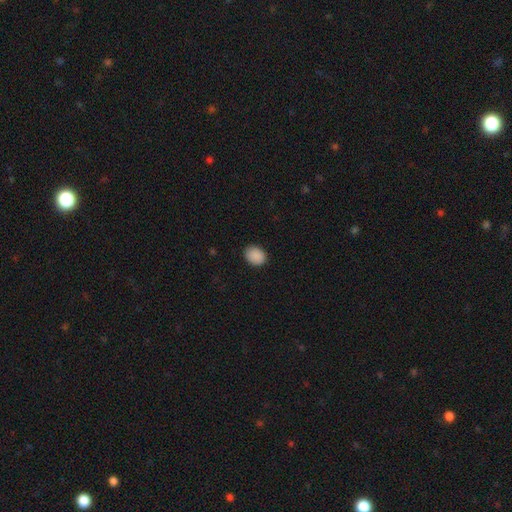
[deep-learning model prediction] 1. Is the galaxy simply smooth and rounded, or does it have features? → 90% smooth, 8% star or artifact, 2% featured or disk.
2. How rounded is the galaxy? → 53% in between, 47% round, 1% cigar-shaped.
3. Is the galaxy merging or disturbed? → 87% none, 10% minor disturbance, 2% major disturbance, 1% merger.